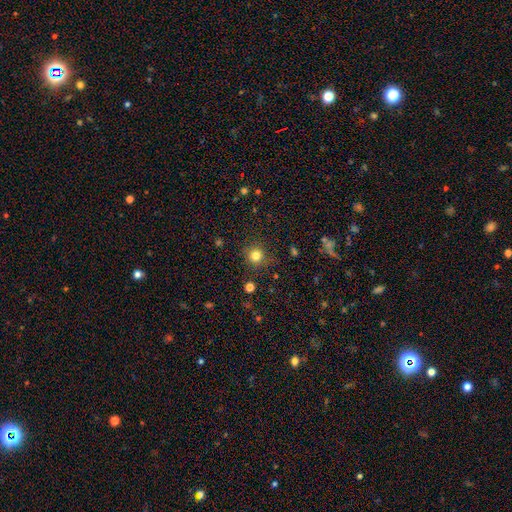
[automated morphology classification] Q: Smooth or featured?
A: smooth (80%); runner-up: star or artifact (15%)
Q: How rounded?
A: round (93%); runner-up: in between (6%)
Q: Merging?
A: none (86%); runner-up: minor disturbance (9%)